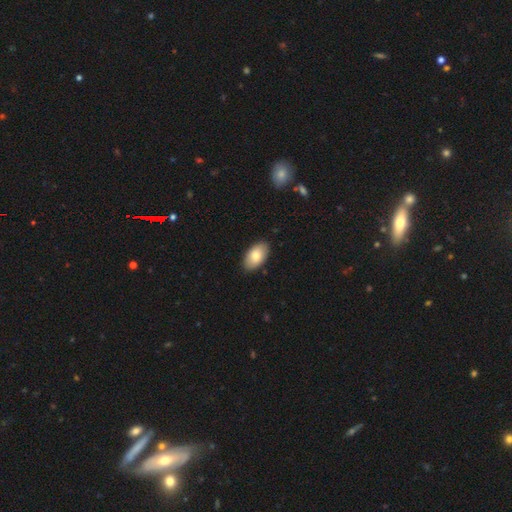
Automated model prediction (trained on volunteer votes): Smooth or featured? Predicted: smooth (p=0.80). How rounded? Predicted: in between (p=0.95). Merging? Predicted: none (p=0.88).